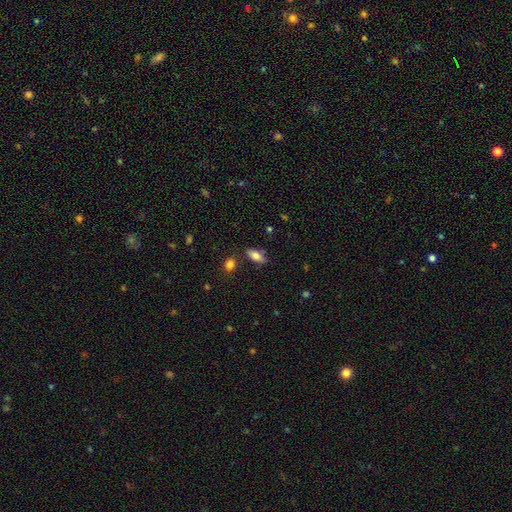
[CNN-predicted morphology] smooth-or-featured: smooth: 79% | featured or disk: 14% | star or artifact: 8%
  how-rounded: in between: 84% | cigar-shaped: 13% | round: 3%
  merging: none: 77% | minor disturbance: 15% | merger: 5% | major disturbance: 3%